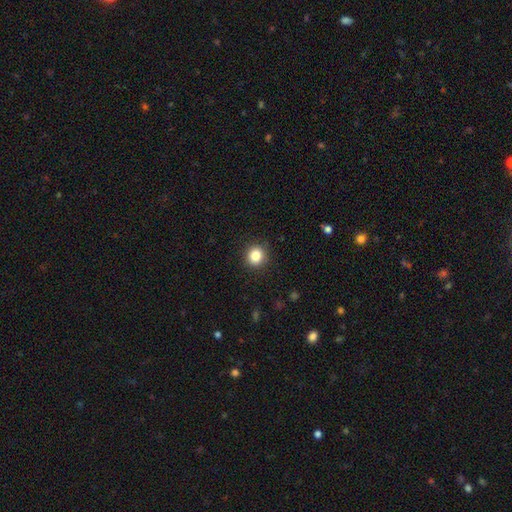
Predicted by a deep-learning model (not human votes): A smooth galaxy with no disk features (84%) that is round (85%). Merging: none (89%).